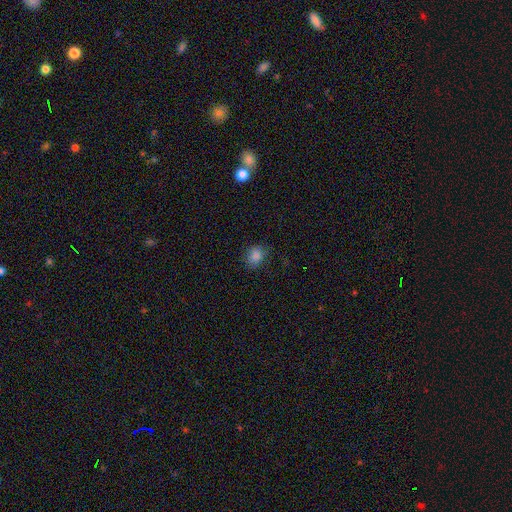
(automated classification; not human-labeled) Q: Smooth or featured?
A: smooth (82%); runner-up: star or artifact (13%)
Q: How rounded?
A: round (50%); runner-up: in between (49%)
Q: Merging?
A: none (75%); runner-up: minor disturbance (18%)